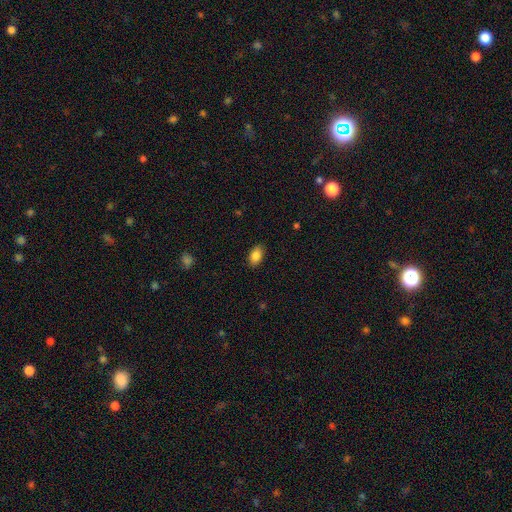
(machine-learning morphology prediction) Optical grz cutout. It shows a smooth galaxy with no disk features (86%) that is in between round and cigar-shaped (91%). Merging: none (87%).